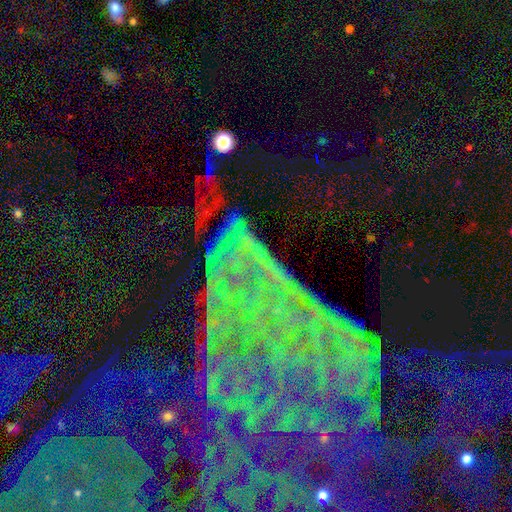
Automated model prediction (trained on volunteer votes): Q: Smooth or featured?
A: star or artifact (68%); runner-up: featured or disk (20%)